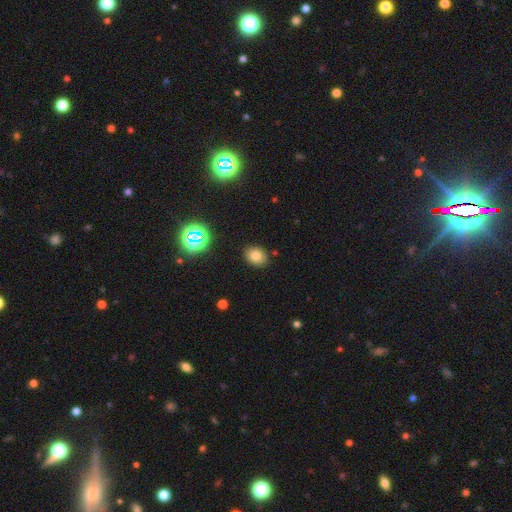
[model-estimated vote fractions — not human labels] smooth-or-featured: smooth: 77% | star or artifact: 15% | featured or disk: 7%
  how-rounded: in between: 54% | round: 45% | cigar-shaped: 1%
  merging: none: 87% | minor disturbance: 9% | major disturbance: 2% | merger: 2%